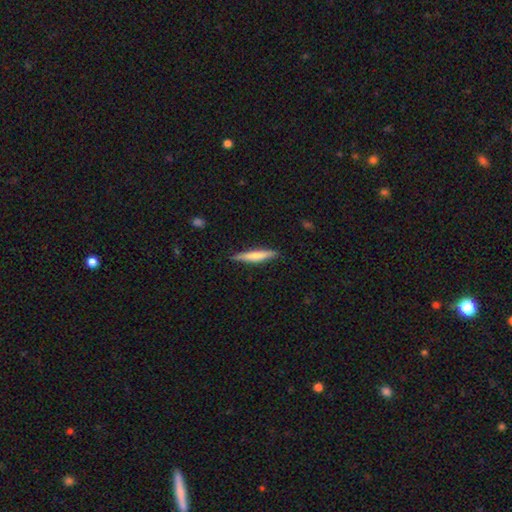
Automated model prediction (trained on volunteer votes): Q: Smooth or featured?
A: smooth (65%); runner-up: featured or disk (30%)
Q: How rounded?
A: cigar-shaped (91%); runner-up: in between (8%)
Q: Merging?
A: none (87%); runner-up: minor disturbance (10%)